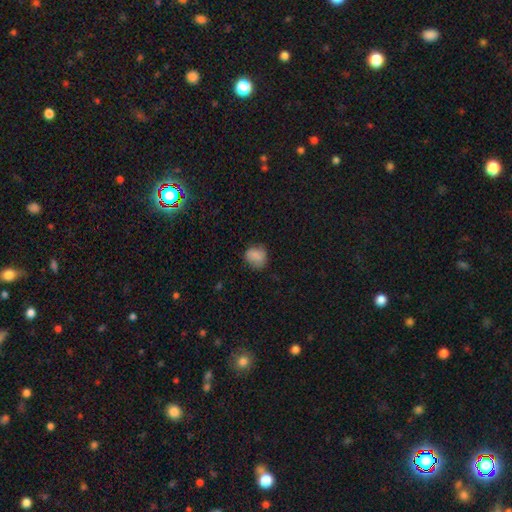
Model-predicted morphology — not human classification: smooth-or-featured: smooth: 82% | star or artifact: 10% | featured or disk: 9%
  how-rounded: round: 60% | in between: 38% | cigar-shaped: 1%
  merging: none: 67% | minor disturbance: 25% | major disturbance: 7% | merger: 1%